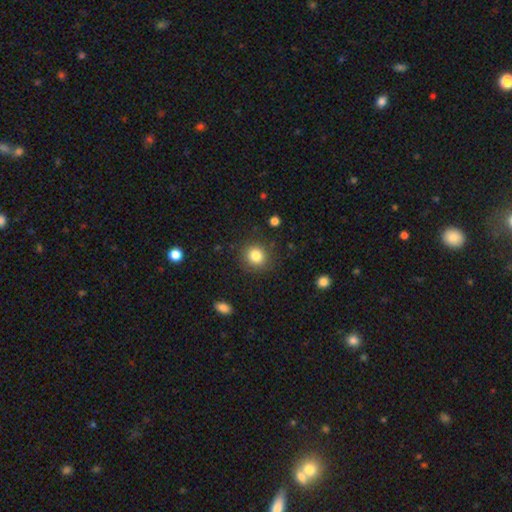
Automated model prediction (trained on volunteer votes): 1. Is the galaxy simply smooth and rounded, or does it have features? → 83% smooth, 11% star or artifact, 6% featured or disk.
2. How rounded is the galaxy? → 87% round, 12% in between, 1% cigar-shaped.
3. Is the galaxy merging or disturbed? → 87% none, 8% minor disturbance, 3% major disturbance, 1% merger.